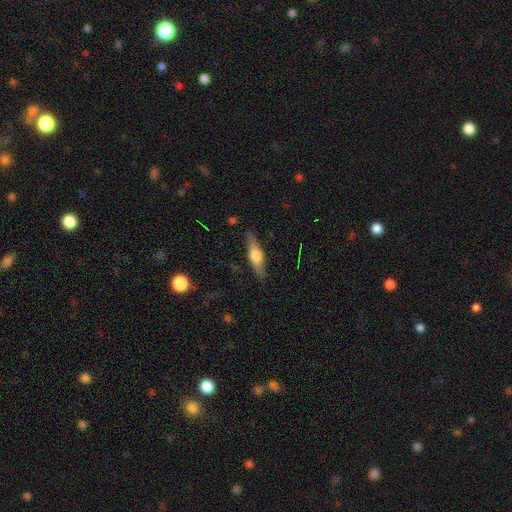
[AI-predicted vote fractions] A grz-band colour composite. It shows a featured or disk galaxy (59%) viewed edge-on (94%) with a rounded central bulge (90%). Merging: none (86%).